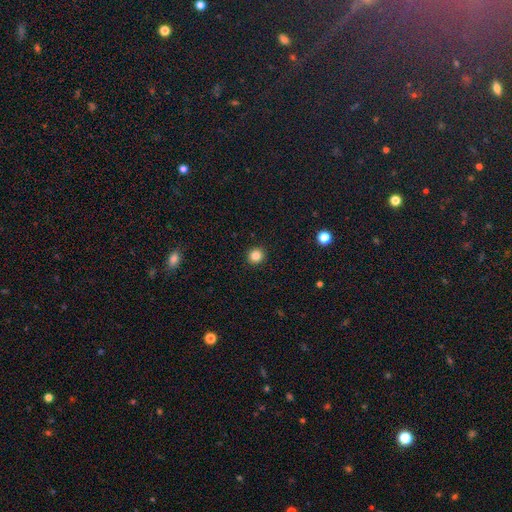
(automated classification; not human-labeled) smooth-or-featured: smooth: 84% | star or artifact: 11% | featured or disk: 4%
  how-rounded: round: 90% | in between: 9% | cigar-shaped: 1%
  merging: none: 93% | minor disturbance: 5% | major disturbance: 2% | merger: 1%